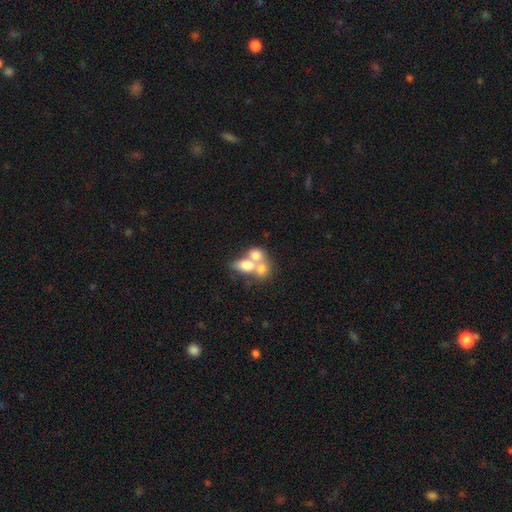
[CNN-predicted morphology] Smooth or featured? Predicted: smooth (p=0.65). How rounded? Predicted: in between (p=0.60). Merging? Predicted: merger (p=0.69).